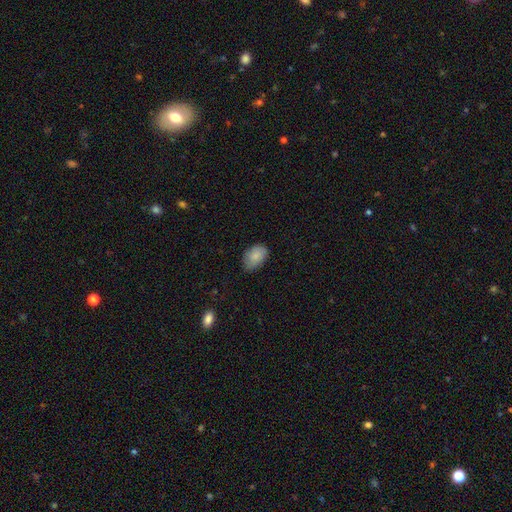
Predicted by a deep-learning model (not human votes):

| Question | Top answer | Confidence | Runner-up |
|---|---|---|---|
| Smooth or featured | smooth | 85% | featured or disk (9%) |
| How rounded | in between | 88% | round (11%) |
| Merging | none | 72% | minor disturbance (23%) |